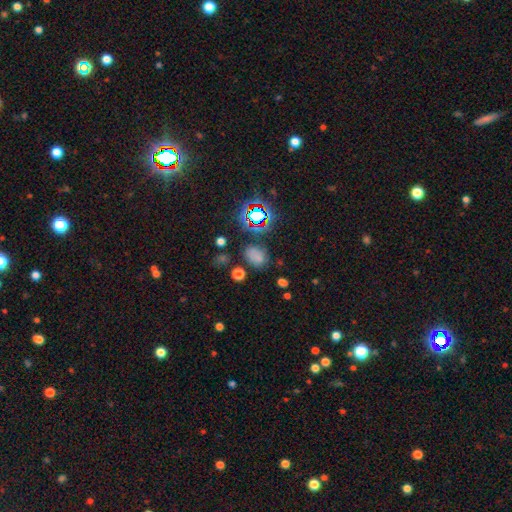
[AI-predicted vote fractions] smooth 65%, star or artifact 28%, featured or disk 7%. Down the decision tree: how rounded — in between (61%); merging — none (70%).